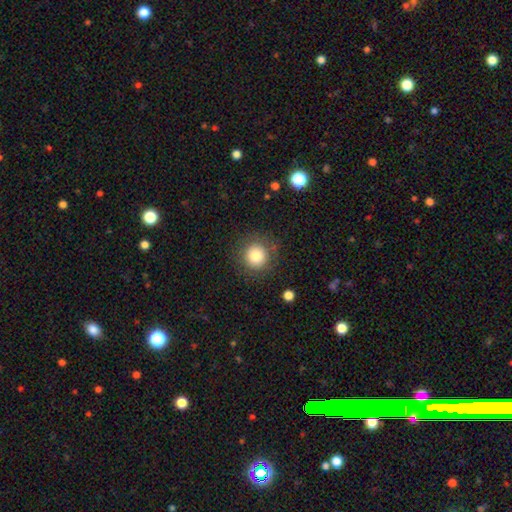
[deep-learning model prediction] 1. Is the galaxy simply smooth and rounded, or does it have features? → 81% smooth, 11% star or artifact, 8% featured or disk.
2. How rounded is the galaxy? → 94% round, 5% in between, 1% cigar-shaped.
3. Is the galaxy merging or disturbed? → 86% none, 9% minor disturbance, 4% major disturbance, 2% merger.